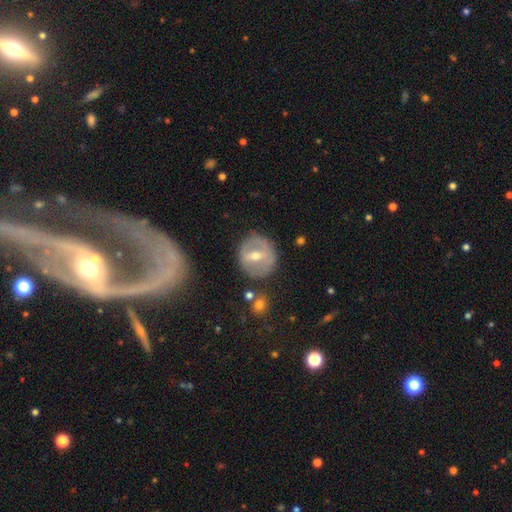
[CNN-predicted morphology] smooth-or-featured: featured or disk: 61% | smooth: 32% | star or artifact: 7%
  disk-edge-on: no: 91% | yes: 9%
    bar: strong: 45% | weak: 40% | no: 15%
    has-spiral-arms: no: 66% | yes: 34%
    bulge-size: moderate: 66% | small: 29% | large: 3% | none: 1% | dominant: 1%
  merging: none: 78% | minor disturbance: 14% | major disturbance: 5% | merger: 3%